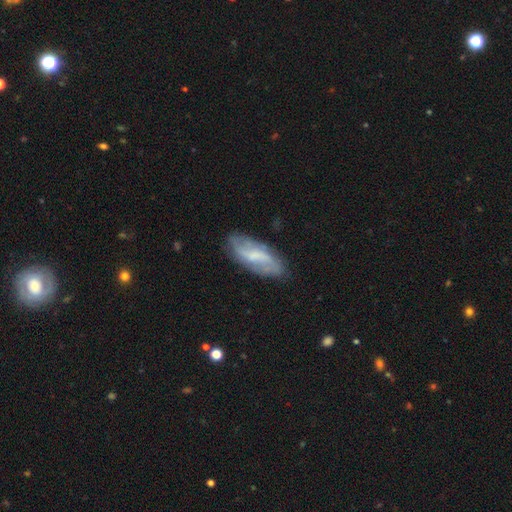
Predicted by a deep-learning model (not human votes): Overall: featured or disk (59%; smooth 34%). Edge-on disk: no (89%). Bar: weak (52%; no 29%). Spiral arms: yes (81%). Bulge size: small (40%; moderate 27%). Merging: none (75%).